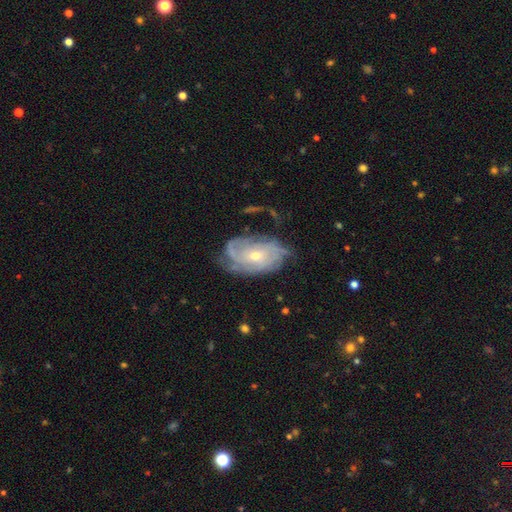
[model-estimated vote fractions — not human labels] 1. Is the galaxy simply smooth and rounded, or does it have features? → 83% featured or disk, 10% smooth, 6% star or artifact.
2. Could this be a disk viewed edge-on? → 96% no, 4% yes.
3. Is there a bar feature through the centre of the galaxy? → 74% no, 21% weak, 5% strong.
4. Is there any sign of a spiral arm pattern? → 93% yes, 7% no.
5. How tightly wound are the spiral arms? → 62% tight, 28% medium, 10% loose.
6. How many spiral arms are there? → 40% can't tell, 18% 2, 18% 3, 12% 4, 6% more than 4, 6% 1.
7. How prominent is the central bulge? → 58% small, 40% moderate, 1% large, 1% none, 1% dominant.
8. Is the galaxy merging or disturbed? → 61% none, 24% minor disturbance, 13% major disturbance, 2% merger.